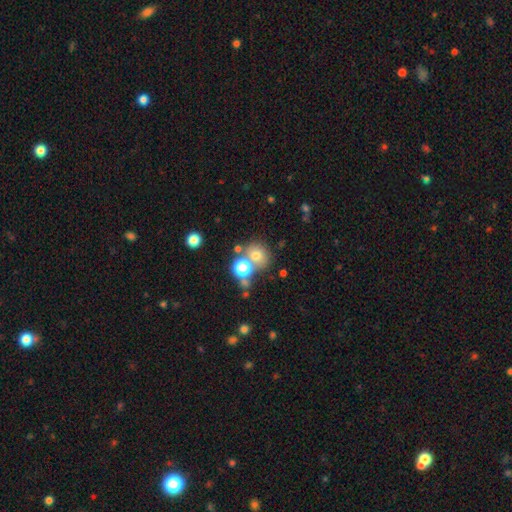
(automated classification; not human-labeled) Q: Smooth or featured?
A: smooth (68%); runner-up: star or artifact (19%)
Q: How rounded?
A: round (79%); runner-up: in between (20%)
Q: Merging?
A: none (59%); runner-up: merger (26%)